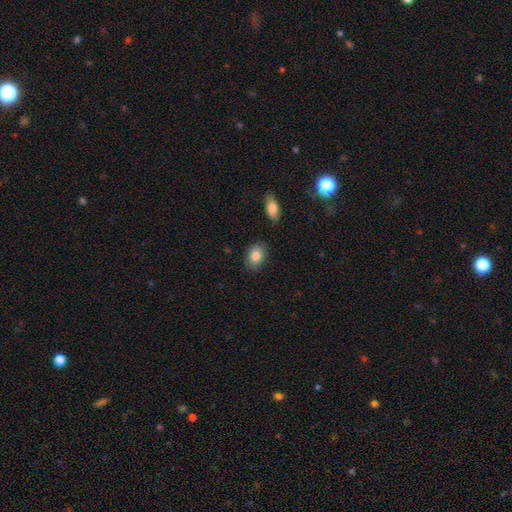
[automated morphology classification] This is clearly a smooth galaxy (84%). How rounded: likely in between (75%). Merging: clearly none (83%).